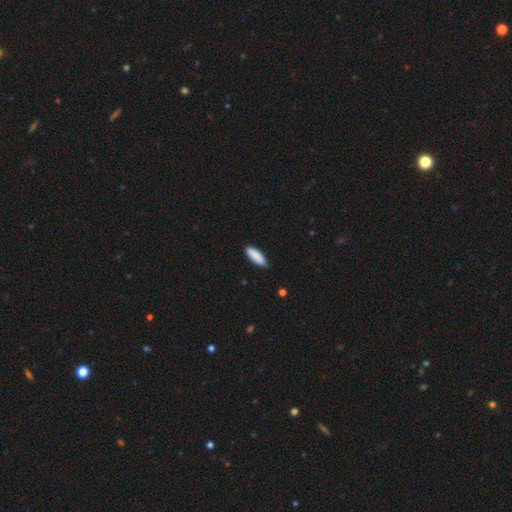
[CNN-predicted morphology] A smooth galaxy with no disk features (90%) that is in between round and cigar-shaped (58%). Merging: none (87%).